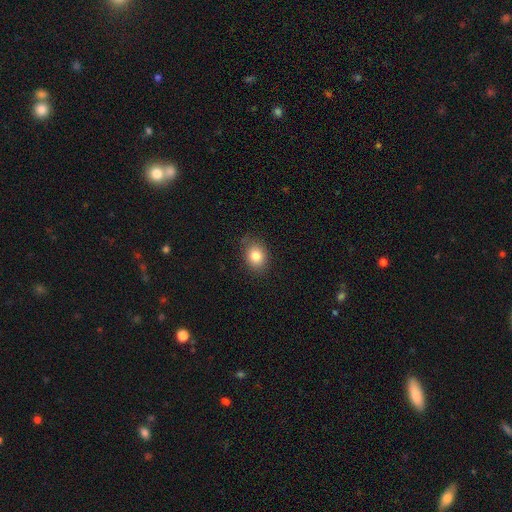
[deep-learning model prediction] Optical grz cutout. It shows a smooth galaxy with no disk features (83%) that is in between round and cigar-shaped (53%). Merging: none (78%).